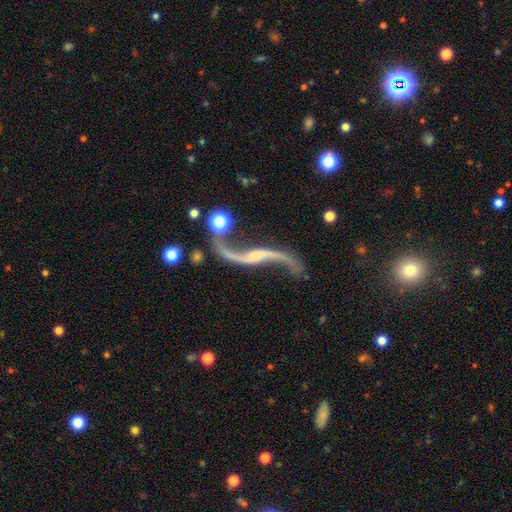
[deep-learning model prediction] Smooth or featured?
  - featured or disk: 91% *
  - star or artifact: 5%
  - smooth: 3%
Edge-on disk?
  - no: 89% *
  - yes: 11%
Bar?
  - no: 46% *
  - weak: 33%
  - strong: 21%
Spiral arms?
  - yes: 97% *
  - no: 3%
Spiral winding?
  - loose: 95% *
  - medium: 4%
  - tight: 2%
Spiral arm count?
  - 2: 94% *
  - 1: 2%
  - can't tell: 1%
  - 3: 1%
  - 4: 1%
  - more than 4: 1%
Bulge size?
  - small: 54% *
  - none: 25%
  - moderate: 15%
  - large: 3%
  - dominant: 2%
Merging?
  - none: 70% *
  - minor disturbance: 14%
  - major disturbance: 9%
  - merger: 7%